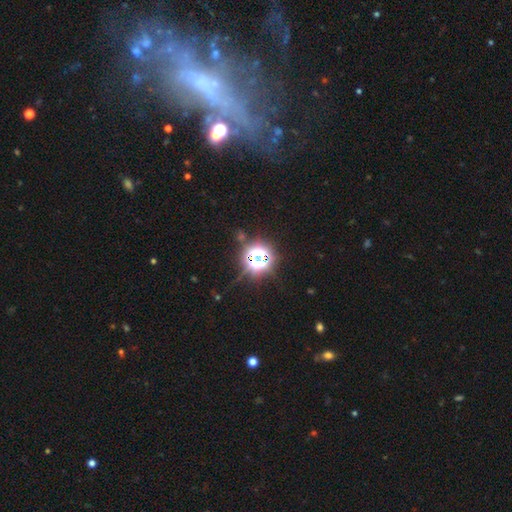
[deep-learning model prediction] This is likely a star or artifact rather than a galaxy (70%).